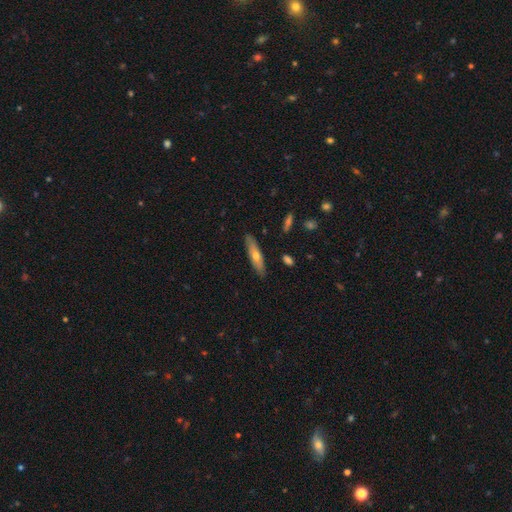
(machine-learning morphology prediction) smooth 53%, featured or disk 40%, star or artifact 7%. Down the decision tree: how rounded — cigar-shaped (73%); merging — none (87%).